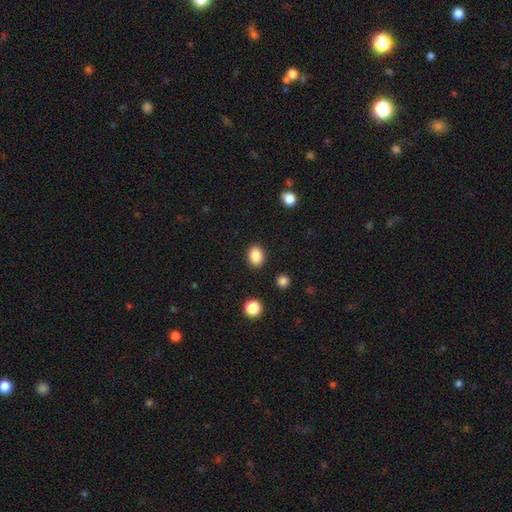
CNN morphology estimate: The model was most divided on "how rounded": in between: 62%, round: 37%, cigar-shaped: 1%. More confident: merging — none (89%); smooth or featured — smooth (87%).